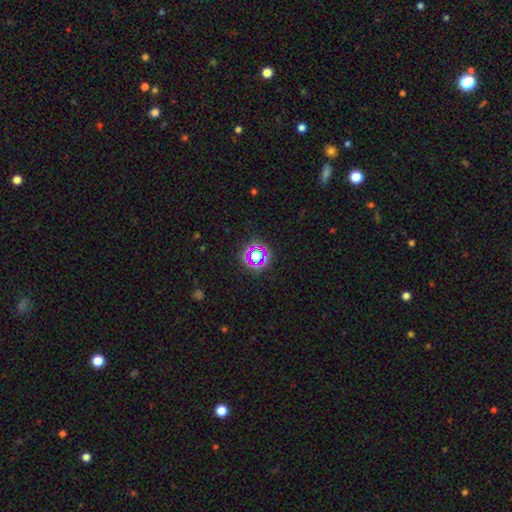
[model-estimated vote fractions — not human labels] smooth_or_featured: star or artifact (p=0.64) [alt: smooth p=0.24]